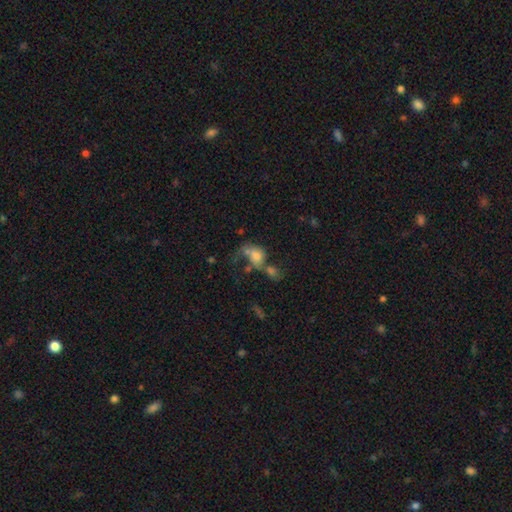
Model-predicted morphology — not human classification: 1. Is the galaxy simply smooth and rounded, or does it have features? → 56% smooth, 30% featured or disk, 14% star or artifact.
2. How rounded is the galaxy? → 64% in between, 34% round, 3% cigar-shaped.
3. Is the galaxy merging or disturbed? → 49% merger, 24% major disturbance, 17% none, 10% minor disturbance.